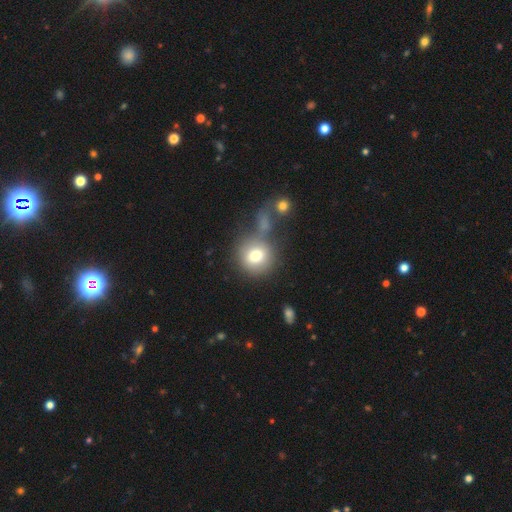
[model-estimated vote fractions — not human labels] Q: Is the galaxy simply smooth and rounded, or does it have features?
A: smooth — 76%.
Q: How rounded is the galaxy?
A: round — 89%.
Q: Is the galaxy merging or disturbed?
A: none — 59%.